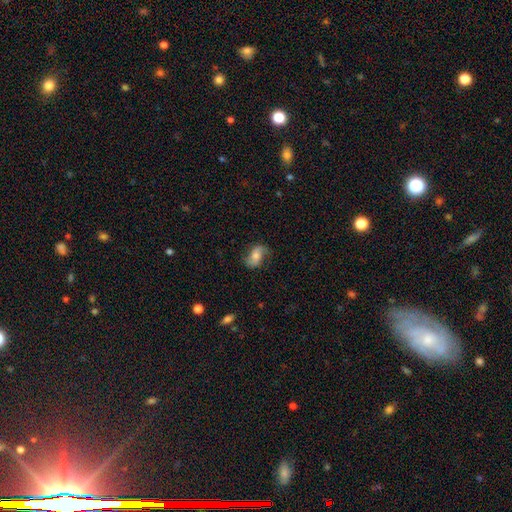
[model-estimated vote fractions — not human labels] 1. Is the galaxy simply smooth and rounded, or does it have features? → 47% featured or disk, 45% smooth, 9% star or artifact.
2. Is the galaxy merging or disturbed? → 68% none, 21% minor disturbance, 9% major disturbance, 1% merger.